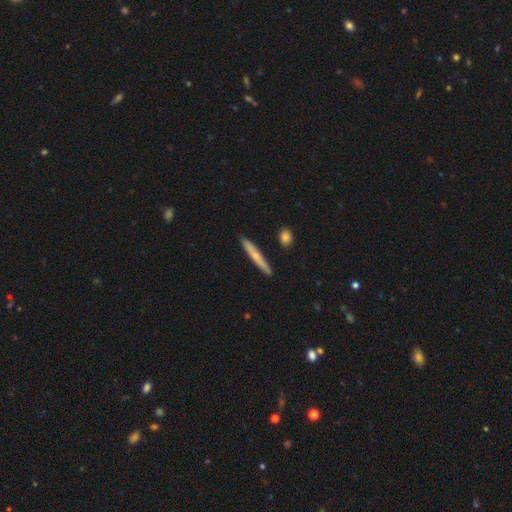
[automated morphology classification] type=smooth (53%); roundness=cigar-shaped (95%); merging=none (89%).